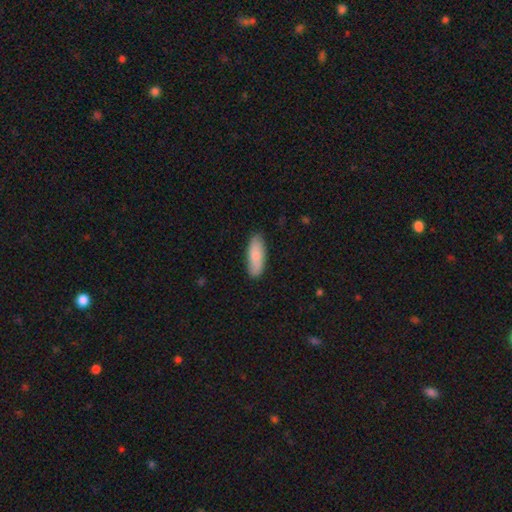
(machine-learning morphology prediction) A smooth galaxy with no disk features (79%) that is in between round and cigar-shaped (66%). Merging: none (86%).